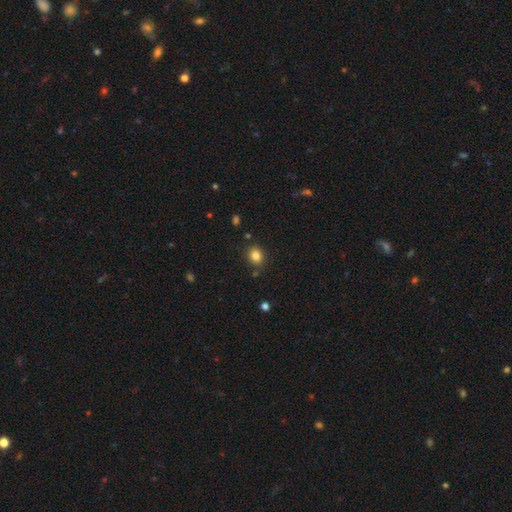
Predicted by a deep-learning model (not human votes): A smooth galaxy with no disk features (83%) that is round (59%). Merging: none (83%).